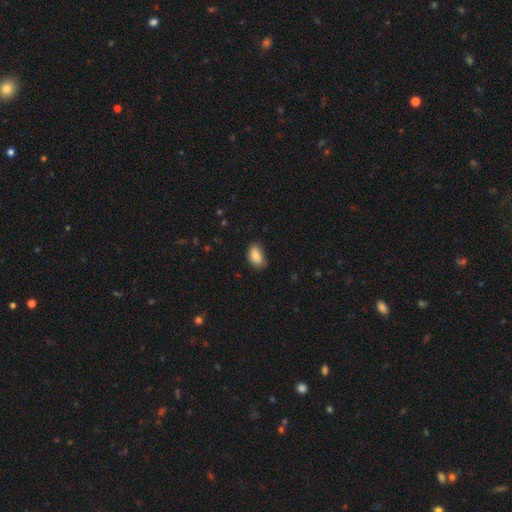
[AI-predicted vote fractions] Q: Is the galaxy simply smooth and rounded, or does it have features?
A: smooth — 87%.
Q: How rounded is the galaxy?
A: in between — 92%.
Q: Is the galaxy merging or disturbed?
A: none — 69%.